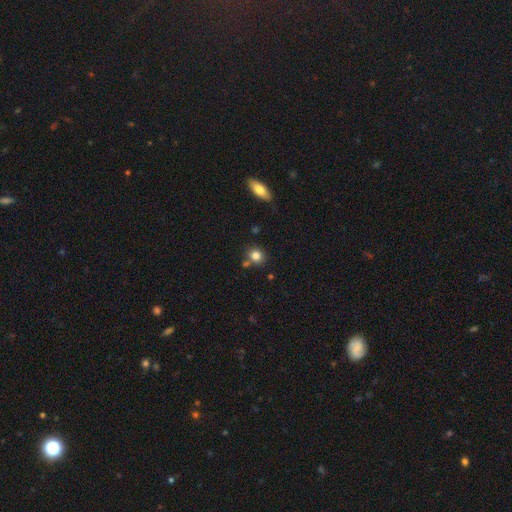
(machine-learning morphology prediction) A smooth galaxy with no disk features (81%) that is round (77%).

Vote fractions:
- Smooth or featured? smooth: 81% / star or artifact: 11% / featured or disk: 8%
- How rounded? round: 77% / in between: 22% / cigar-shaped: 1%
- Merging? none: 72% / merger: 14% / minor disturbance: 11% / major disturbance: 3%